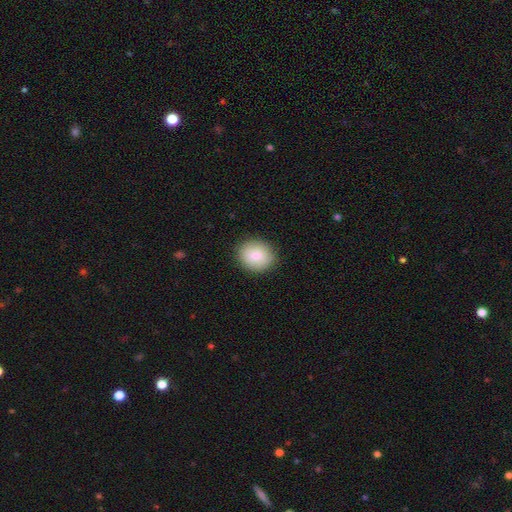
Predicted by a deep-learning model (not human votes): Smooth or featured: smooth — 85% (featured or disk — 9%)
How rounded: round — 68% (in between — 31%)
Merging: none — 88% (minor disturbance — 8%)